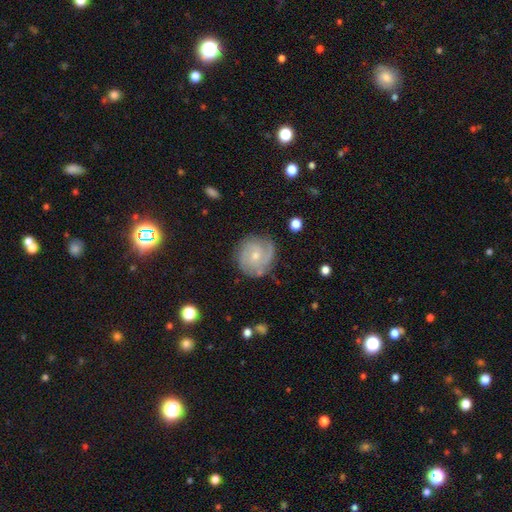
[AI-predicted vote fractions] This appears to be a featured or disk galaxy (77%) with no bar (65%), 2 (50%) tight (53%) spiral arms (93%) and a small central bulge (58%). Merging: none (76%).